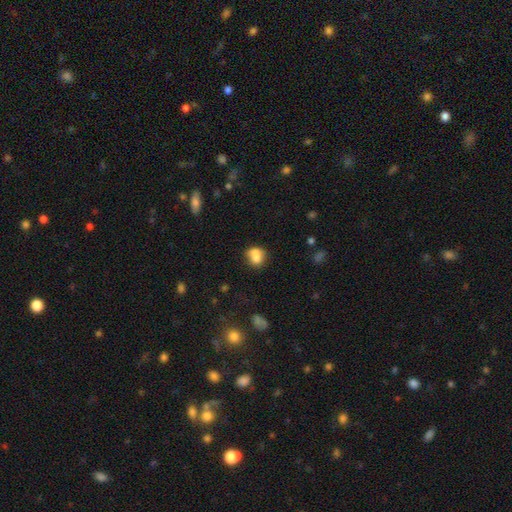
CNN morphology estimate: smooth-or-featured: smooth: 73% | featured or disk: 16% | star or artifact: 10%
  how-rounded: round: 59% | in between: 40% | cigar-shaped: 1%
  merging: merger: 46% | none: 34% | minor disturbance: 14% | major disturbance: 7%